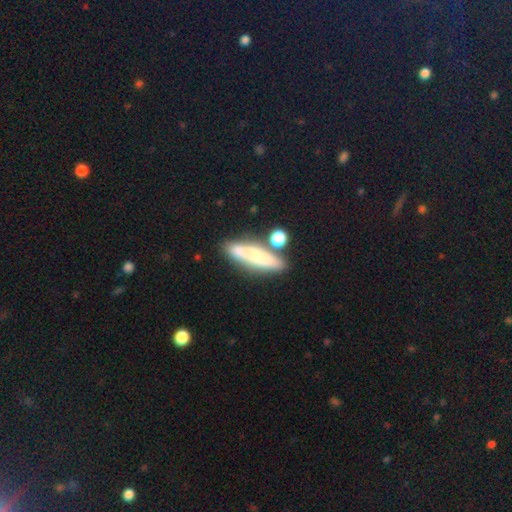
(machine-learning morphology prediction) Smooth or featured? Predicted: smooth (p=0.62). How rounded? Predicted: cigar-shaped (p=0.76). Merging? Predicted: none (p=0.62).